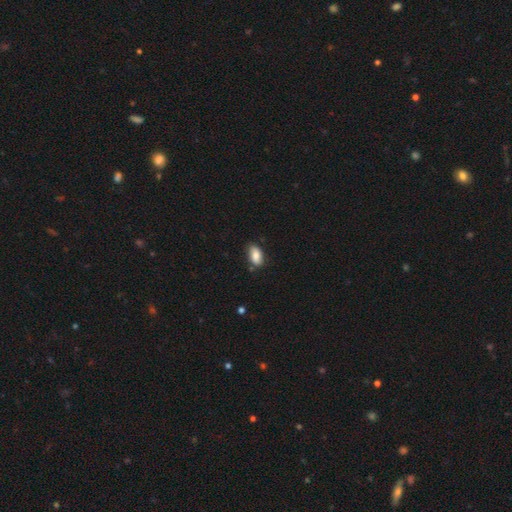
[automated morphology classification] This is clearly a smooth galaxy (83%). How rounded: clearly in between (92%). Merging: likely none (75%).